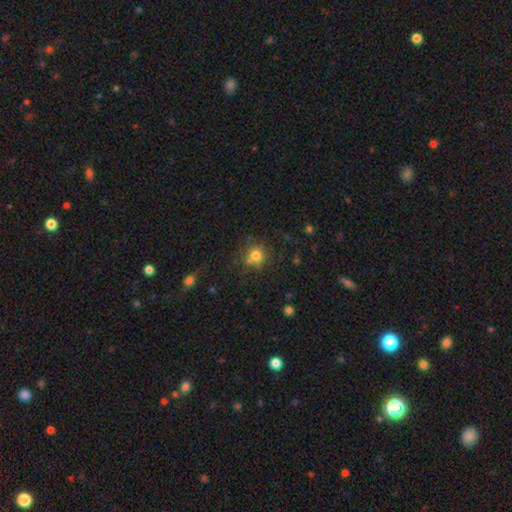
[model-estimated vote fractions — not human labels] This is likely a smooth galaxy (78%). How rounded: clearly round (88%). Merging: likely none (73%).